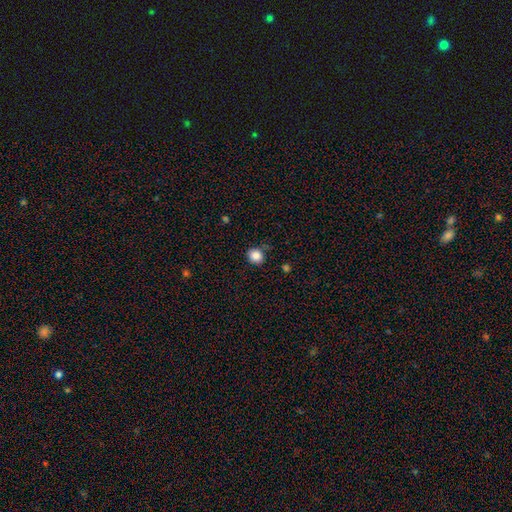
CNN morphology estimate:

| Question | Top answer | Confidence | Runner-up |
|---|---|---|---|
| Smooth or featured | smooth | 84% | star or artifact (11%) |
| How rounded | round | 84% | in between (15%) |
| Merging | none | 81% | minor disturbance (13%) |